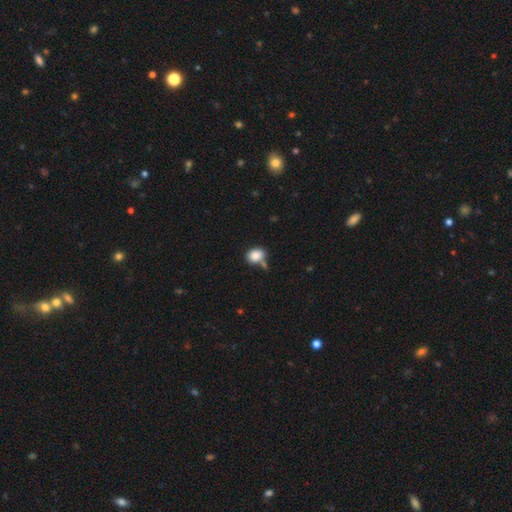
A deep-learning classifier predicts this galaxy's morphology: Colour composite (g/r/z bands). It shows a smooth galaxy with no disk features (86%) that is in between round and cigar-shaped (59%). Merging: none (58%).